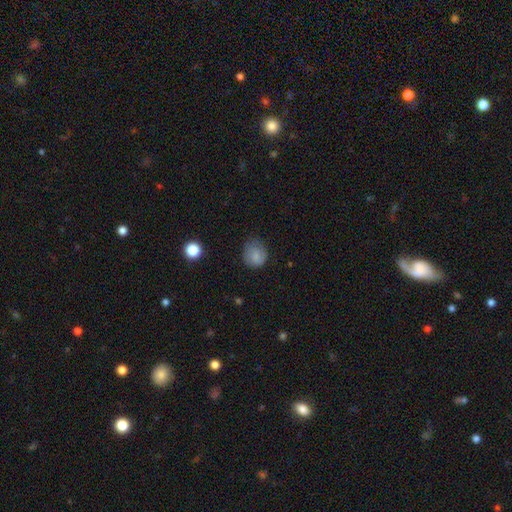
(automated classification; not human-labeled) Smooth or featured?
  - smooth: 80% *
  - featured or disk: 11%
  - star or artifact: 9%
How rounded?
  - round: 78% *
  - in between: 21%
  - cigar-shaped: 1%
Merging?
  - none: 63% *
  - minor disturbance: 28%
  - major disturbance: 8%
  - merger: 1%